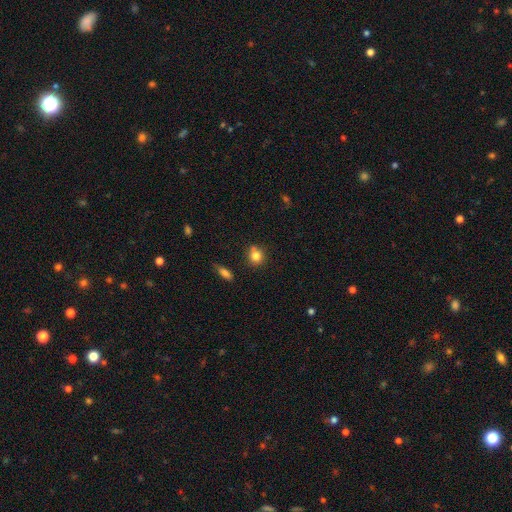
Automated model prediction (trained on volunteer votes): Overall: smooth (81%). How rounded: round (83%). Merging: none (69%).